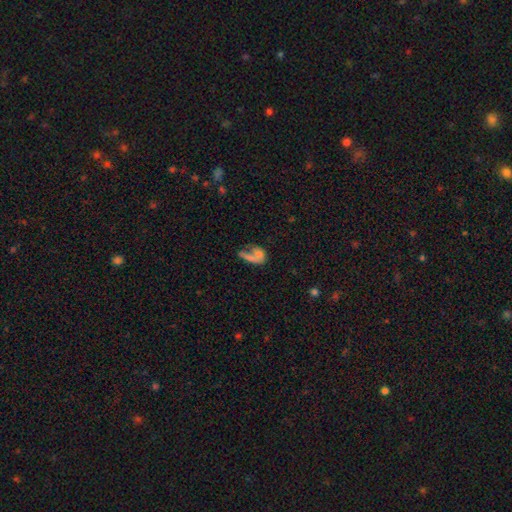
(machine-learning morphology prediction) Smooth or featured?
  - smooth: 57% *
  - featured or disk: 30%
  - star or artifact: 13%
How rounded?
  - in between: 69% *
  - round: 22%
  - cigar-shaped: 9%
Merging?
  - merger: 34% *
  - none: 27%
  - major disturbance: 26%
  - minor disturbance: 13%